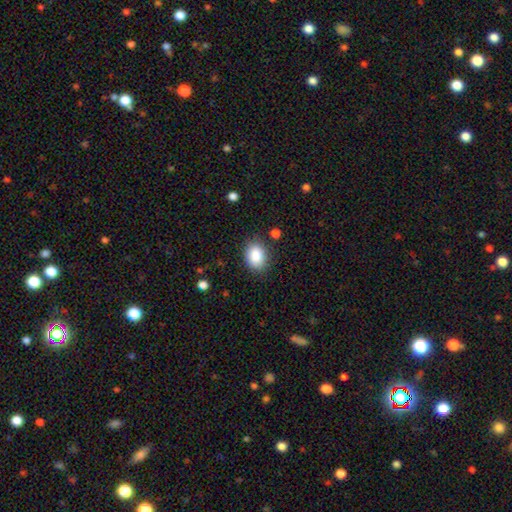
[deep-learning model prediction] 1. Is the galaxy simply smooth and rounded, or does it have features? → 88% smooth, 8% star or artifact, 5% featured or disk.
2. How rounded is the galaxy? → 74% in between, 25% round, 1% cigar-shaped.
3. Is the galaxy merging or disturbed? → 83% none, 12% minor disturbance, 3% major disturbance, 2% merger.